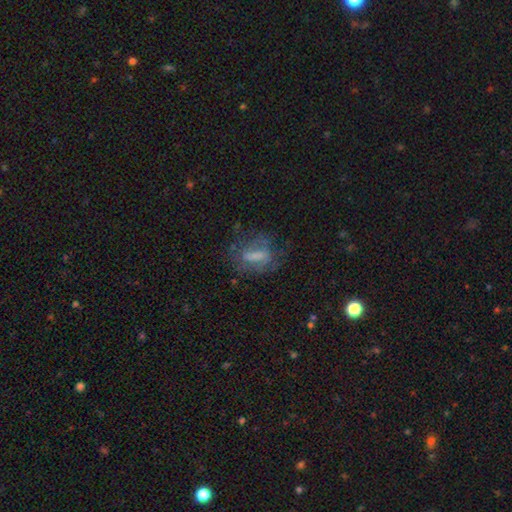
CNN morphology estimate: This is possibly a smooth galaxy (45%). Merging: possibly none (53%).